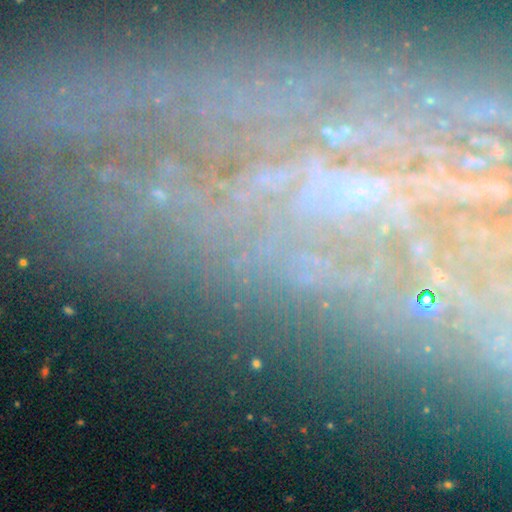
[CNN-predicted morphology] Overall: featured or disk (47%; star or artifact 38%). Merging: none (68%).